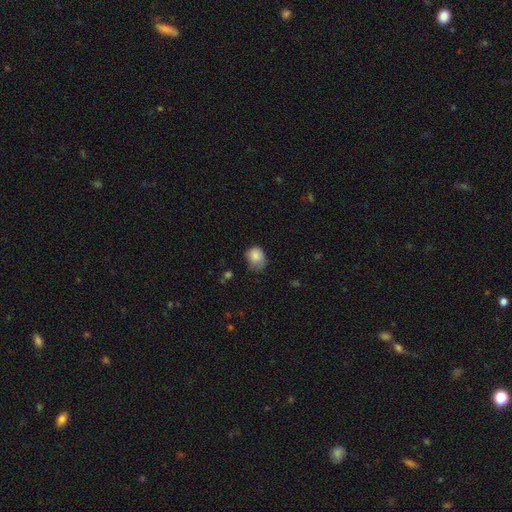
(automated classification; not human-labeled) smooth-or-featured: smooth: 83% | featured or disk: 9% | star or artifact: 8%
  how-rounded: round: 55% | in between: 44% | cigar-shaped: 1%
  merging: none: 52% | minor disturbance: 36% | major disturbance: 10% | merger: 2%